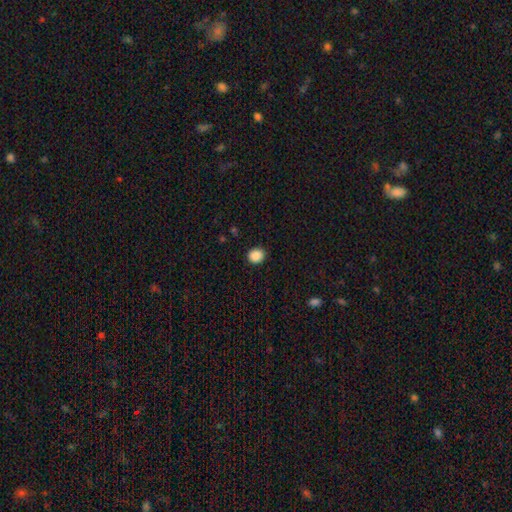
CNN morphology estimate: Smooth or featured? smooth (88%)
How rounded? round (75%)
Merging? none (90%)